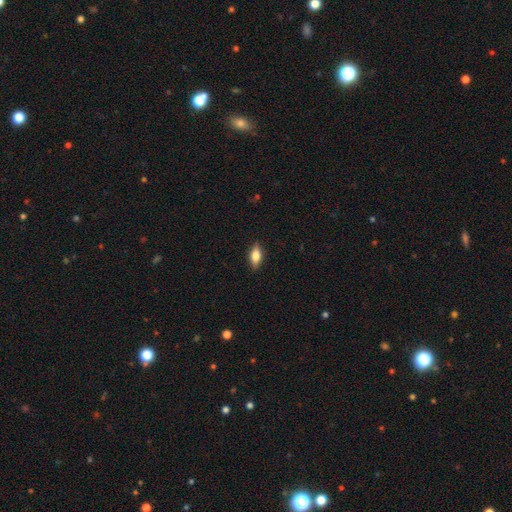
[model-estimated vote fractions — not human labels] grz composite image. It shows a smooth galaxy with no disk features (70%) that is in between round and cigar-shaped (78%). Merging: none (87%).